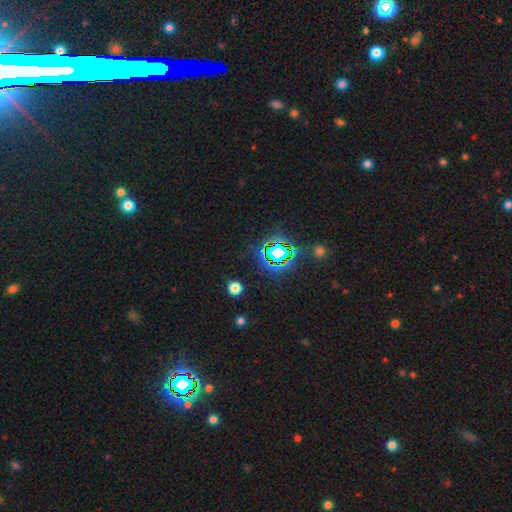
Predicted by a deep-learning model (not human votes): Smooth or featured?
  - star or artifact: 74% *
  - smooth: 15%
  - featured or disk: 11%